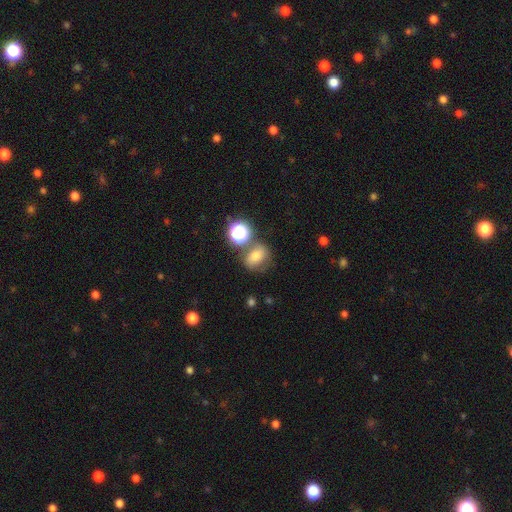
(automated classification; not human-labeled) smooth-or-featured: smooth: 62% | featured or disk: 20% | star or artifact: 19%
  how-rounded: round: 51% | in between: 47% | cigar-shaped: 1%
  merging: none: 58% | merger: 18% | minor disturbance: 17% | major disturbance: 7%